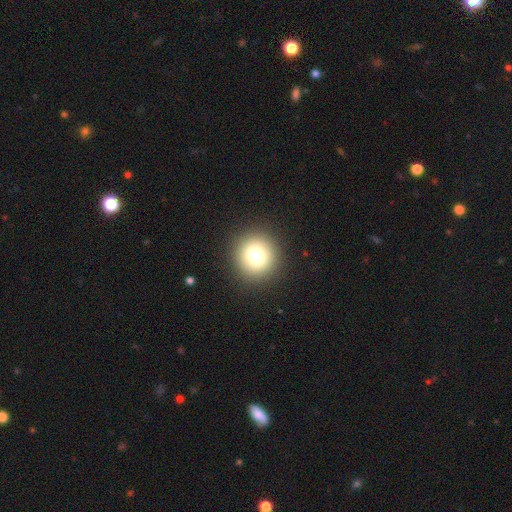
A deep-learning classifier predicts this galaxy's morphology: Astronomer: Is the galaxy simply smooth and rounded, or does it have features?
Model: smooth — 75%.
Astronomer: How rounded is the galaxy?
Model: round — 87%.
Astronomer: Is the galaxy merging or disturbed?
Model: none — 89%.